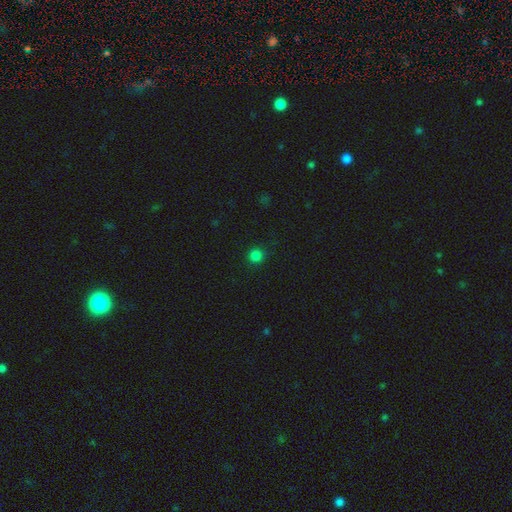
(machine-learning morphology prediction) A smooth galaxy with no disk features (82%) that is round (95%).

Vote fractions:
- Smooth or featured? smooth: 82% / star or artifact: 15% / featured or disk: 3%
- How rounded? round: 95% / in between: 4% / cigar-shaped: 1%
- Merging? none: 91% / minor disturbance: 6% / major disturbance: 2% / merger: 1%